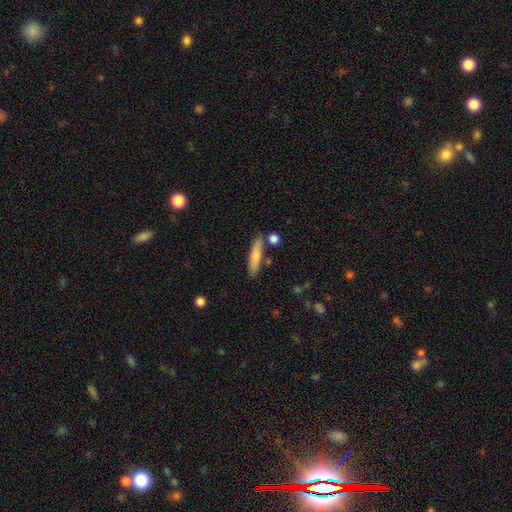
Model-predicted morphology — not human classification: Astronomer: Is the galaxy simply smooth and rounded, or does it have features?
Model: smooth — 76%.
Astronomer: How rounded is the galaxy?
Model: cigar-shaped — 79%.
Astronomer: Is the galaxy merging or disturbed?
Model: none — 79%.